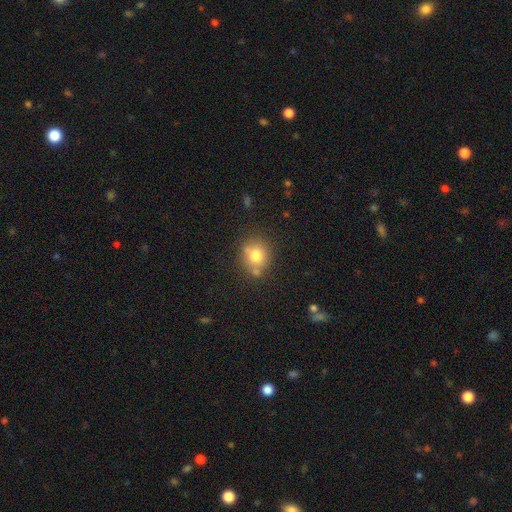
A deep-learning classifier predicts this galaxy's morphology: smooth-or-featured: smooth: 76% | featured or disk: 13% | star or artifact: 11%
  how-rounded: round: 77% | in between: 21% | cigar-shaped: 1%
  merging: none: 69% | minor disturbance: 16% | merger: 12% | major disturbance: 4%